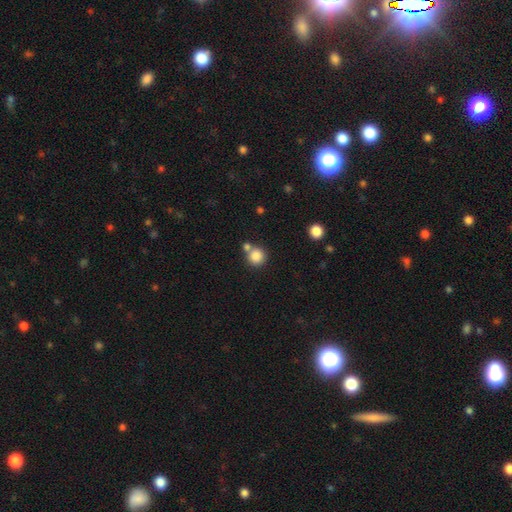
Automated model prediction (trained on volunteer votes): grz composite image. It shows a smooth galaxy with no disk features (84%) that is round (92%). Merging: none (64%).